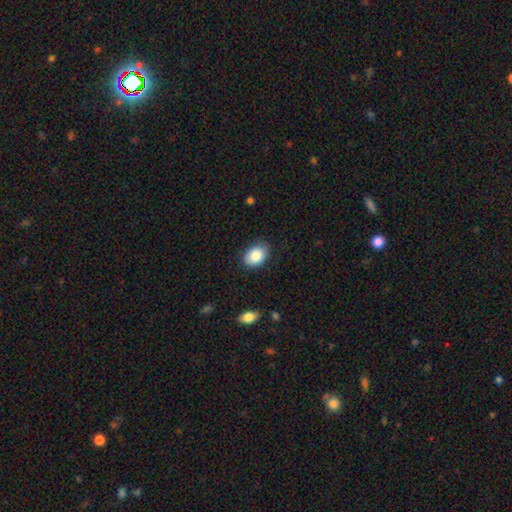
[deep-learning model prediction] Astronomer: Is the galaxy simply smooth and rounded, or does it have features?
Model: smooth — 86%.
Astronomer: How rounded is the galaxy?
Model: in between — 80%.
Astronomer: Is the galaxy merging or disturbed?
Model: none — 84%.